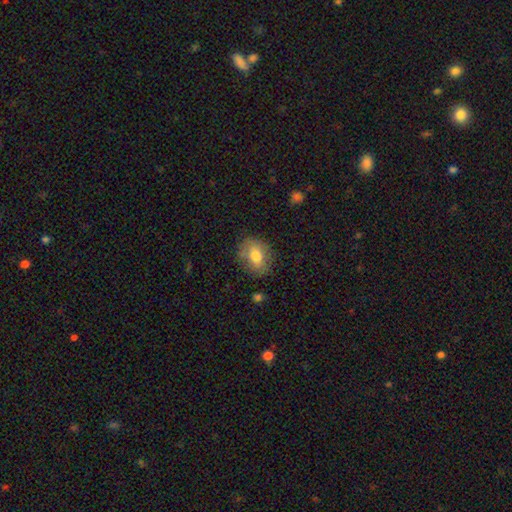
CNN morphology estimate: The model was most divided on "how rounded": in between: 62%, round: 37%, cigar-shaped: 2%. More confident: merging — none (78%); smooth or featured — smooth (72%).